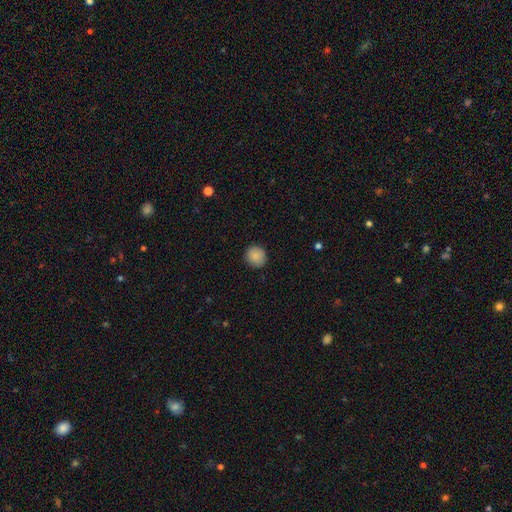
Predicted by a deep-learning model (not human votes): This is clearly a smooth galaxy (88%). How rounded: clearly round (91%). Merging: clearly none (90%).